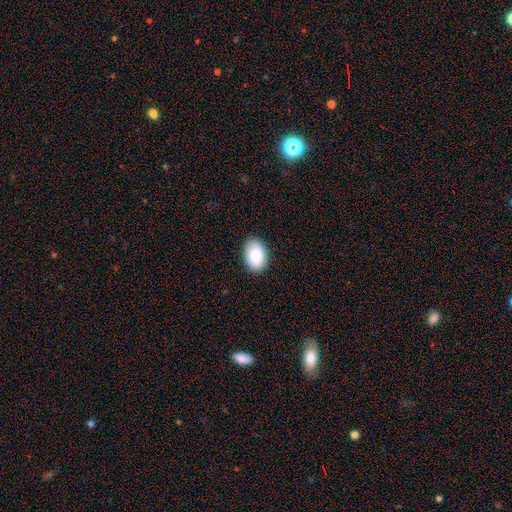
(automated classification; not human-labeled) Smooth or featured?
  - smooth: 83% *
  - featured or disk: 10%
  - star or artifact: 7%
How rounded?
  - in between: 82% *
  - round: 17%
  - cigar-shaped: 1%
Merging?
  - none: 87% *
  - minor disturbance: 10%
  - major disturbance: 2%
  - merger: 1%